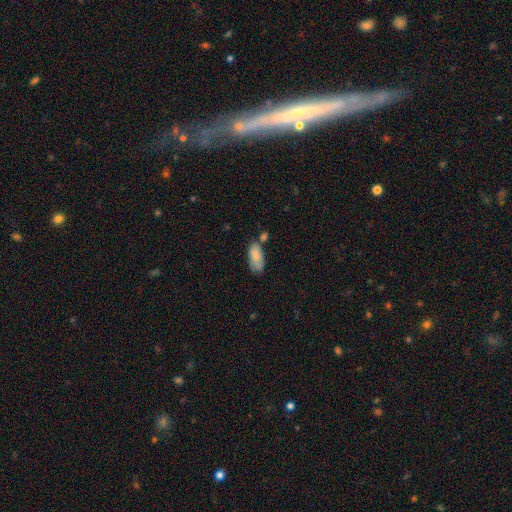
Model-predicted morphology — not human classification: Smooth or featured?
  - smooth: 81% *
  - featured or disk: 12%
  - star or artifact: 6%
How rounded?
  - in between: 89% *
  - cigar-shaped: 9%
  - round: 2%
Merging?
  - none: 50% *
  - minor disturbance: 25%
  - merger: 17%
  - major disturbance: 7%